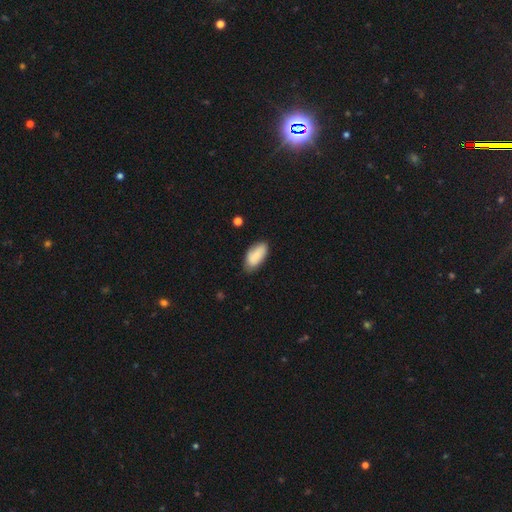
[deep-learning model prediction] Overall: smooth (83%). How rounded: in between (93%). Merging: none (73%).